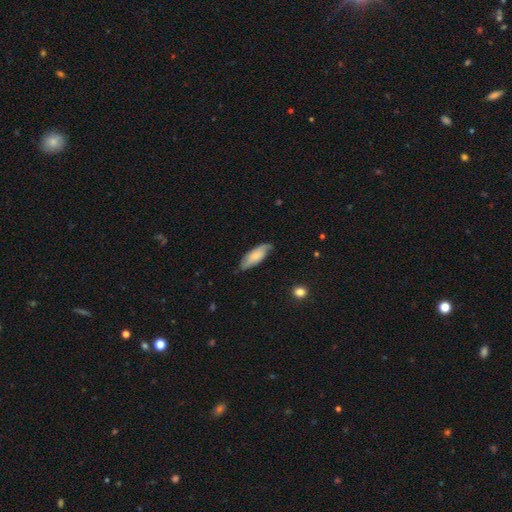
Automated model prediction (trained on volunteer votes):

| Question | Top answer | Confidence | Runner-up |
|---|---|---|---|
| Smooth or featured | smooth | 59% | featured or disk (35%) |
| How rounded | in between | 71% | cigar-shaped (27%) |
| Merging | none | 68% | minor disturbance (25%) |